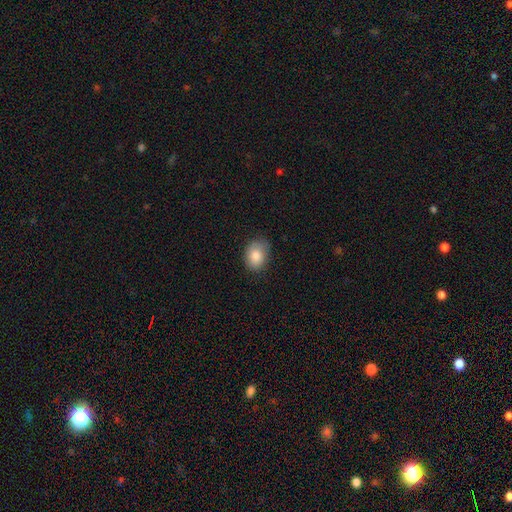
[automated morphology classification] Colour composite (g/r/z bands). It shows a smooth galaxy with no disk features (84%) that is in between round and cigar-shaped (71%). Merging: none (73%).